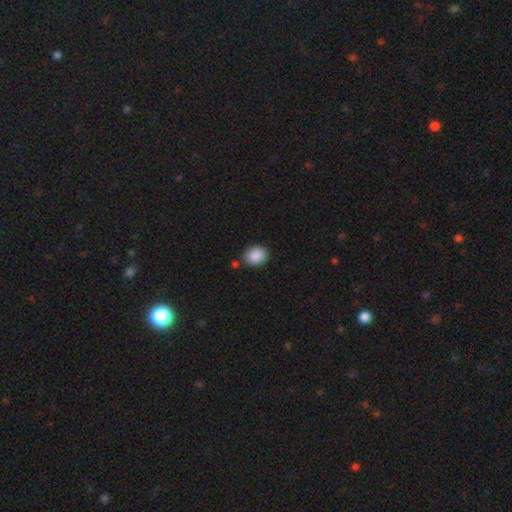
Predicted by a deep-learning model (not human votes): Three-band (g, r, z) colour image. It shows a smooth galaxy with no disk features (89%) that is in between round and cigar-shaped (55%). Merging: none (80%).